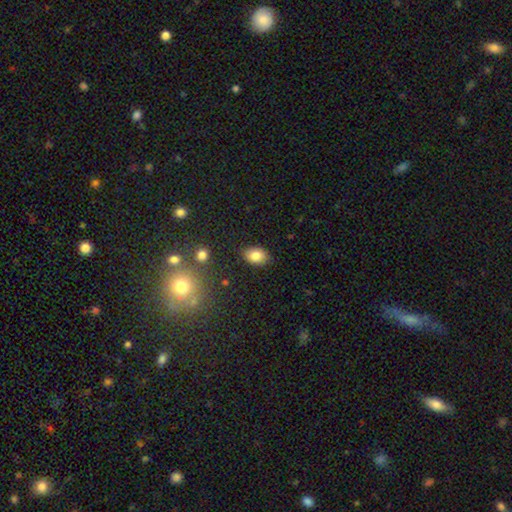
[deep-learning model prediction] Smooth or featured? smooth (82%)
How rounded? in between (81%)
Merging? none (84%)